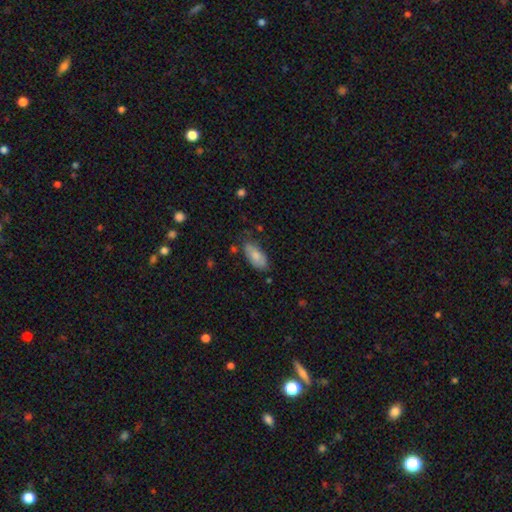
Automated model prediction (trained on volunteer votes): smooth 79%, featured or disk 15%, star or artifact 6%. Down the decision tree: how rounded — in between (89%); merging — none (65%).